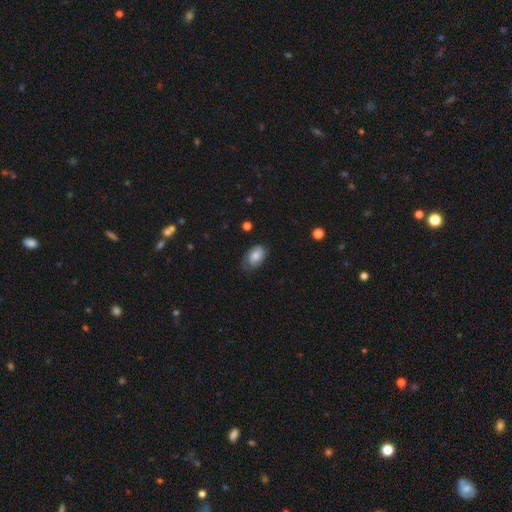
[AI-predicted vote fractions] Smooth or featured? smooth (66%)
How rounded? in between (87%)
Merging? none (59%)